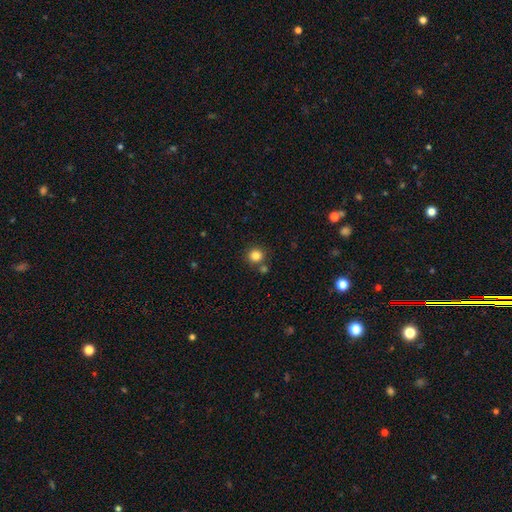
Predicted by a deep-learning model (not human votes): smooth-or-featured: smooth: 84% | star or artifact: 12% | featured or disk: 5%
  how-rounded: round: 92% | in between: 7% | cigar-shaped: 1%
  merging: none: 78% | merger: 12% | minor disturbance: 8% | major disturbance: 3%